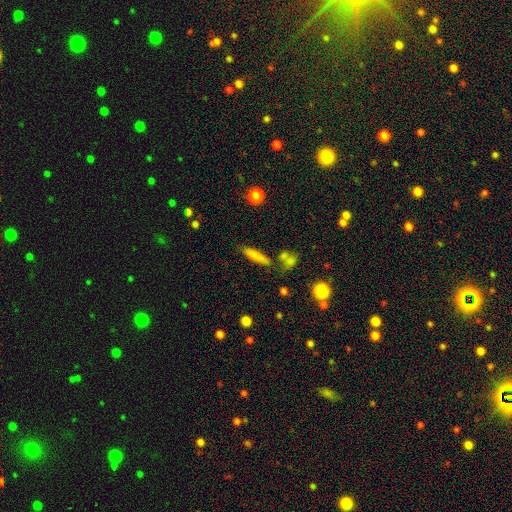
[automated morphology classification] A smooth galaxy with no disk features (79%) that is cigar-shaped (80%).

Vote fractions:
- Smooth or featured? smooth: 79% / featured or disk: 13% / star or artifact: 8%
- How rounded? cigar-shaped: 80% / in between: 18% / round: 2%
- Merging? none: 76% / minor disturbance: 12% / merger: 8% / major disturbance: 4%